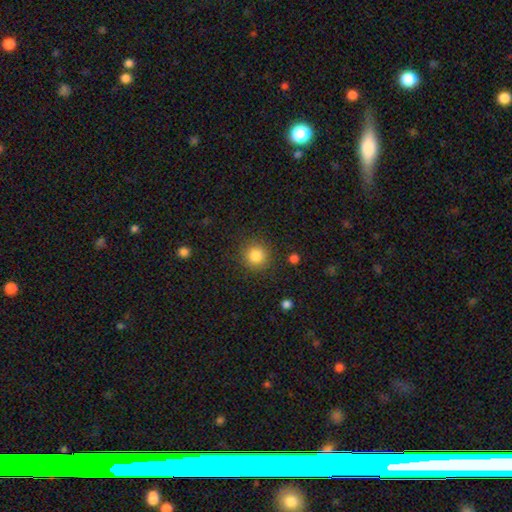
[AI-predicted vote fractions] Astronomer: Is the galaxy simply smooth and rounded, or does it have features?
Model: smooth — 84%.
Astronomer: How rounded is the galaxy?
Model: round — 93%.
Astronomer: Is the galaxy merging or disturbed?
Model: none — 88%.